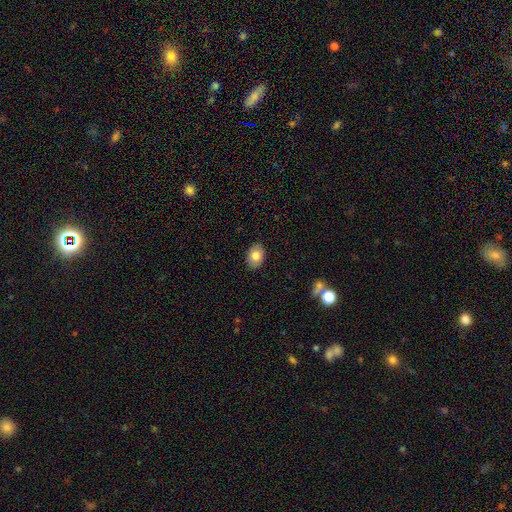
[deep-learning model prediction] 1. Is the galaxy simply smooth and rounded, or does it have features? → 81% smooth, 11% featured or disk, 8% star or artifact.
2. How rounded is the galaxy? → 78% in between, 21% round, 1% cigar-shaped.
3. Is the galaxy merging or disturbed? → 88% none, 9% minor disturbance, 2% major disturbance, 1% merger.